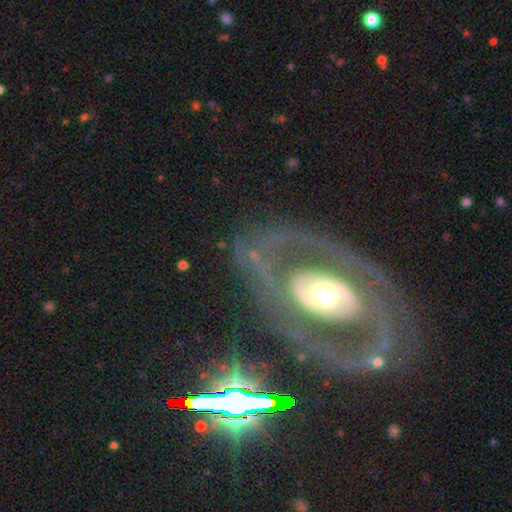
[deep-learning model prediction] Smooth or featured? Predicted: featured or disk (p=0.75). Edge-on disk? Predicted: no (p=0.93). Bar? Predicted: no (p=0.56). Spiral arms? Predicted: yes (p=0.57). Bulge size? Predicted: moderate (p=0.62). Merging? Predicted: none (p=0.70).